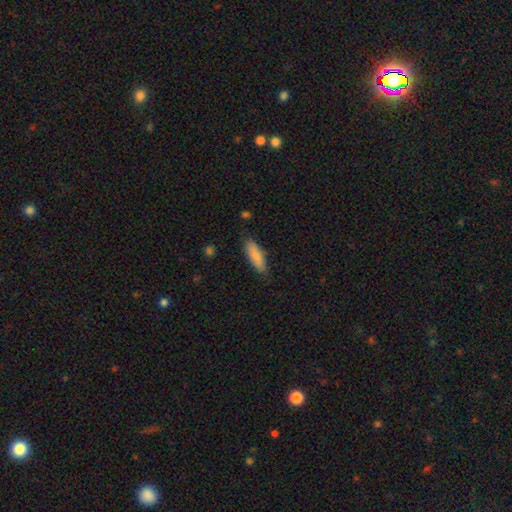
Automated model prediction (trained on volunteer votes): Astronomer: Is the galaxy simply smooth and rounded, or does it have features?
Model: smooth — 85%.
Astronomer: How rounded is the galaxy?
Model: in between — 55% (runner-up: cigar-shaped, 44%).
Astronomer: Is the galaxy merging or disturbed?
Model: none — 79%.